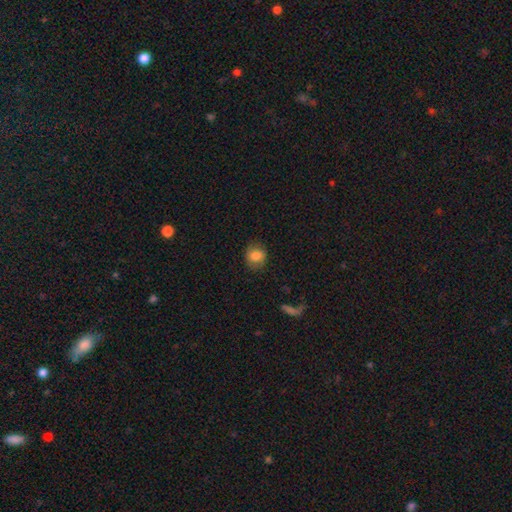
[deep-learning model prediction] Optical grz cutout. It shows a smooth galaxy with no disk features (82%) that is round (66%). Merging: none (78%).